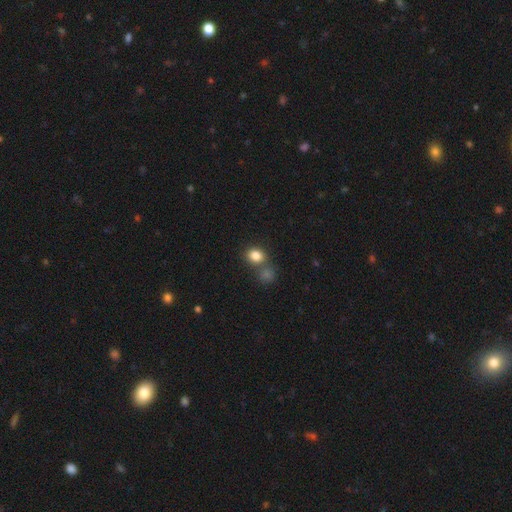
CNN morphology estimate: Smooth or featured? Predicted: smooth (p=0.83). How rounded? Predicted: round (p=0.58). Merging? Predicted: none (p=0.54).